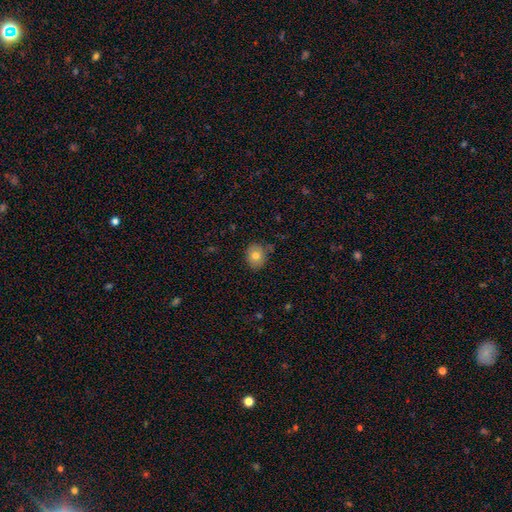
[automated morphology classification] Smooth or featured: smooth — 75% (featured or disk — 16%)
How rounded: round — 71% (in between — 28%)
Merging: none — 77% (minor disturbance — 18%)